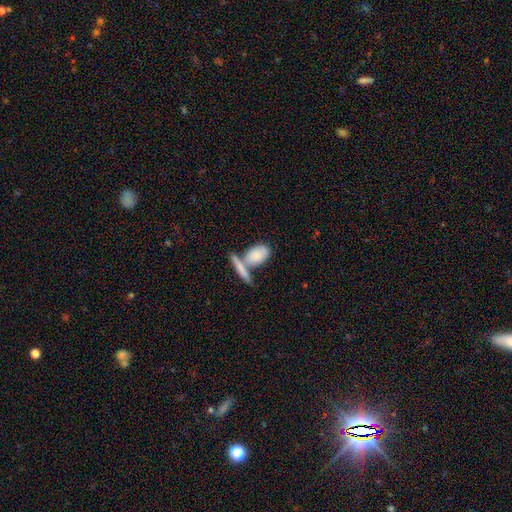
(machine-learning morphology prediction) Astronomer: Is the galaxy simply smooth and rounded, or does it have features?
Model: smooth — 77%.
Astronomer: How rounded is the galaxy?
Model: in between — 81%.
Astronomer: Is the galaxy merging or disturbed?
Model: none — 42% (runner-up: merger, 40%).